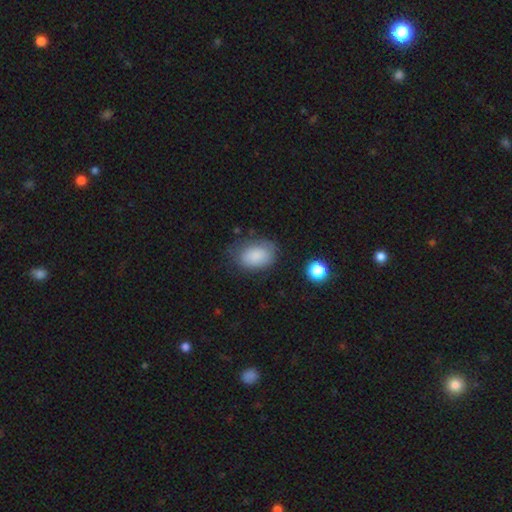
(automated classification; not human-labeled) This is clearly a smooth galaxy (84%). How rounded: clearly in between (85%). Merging: likely none (66%).